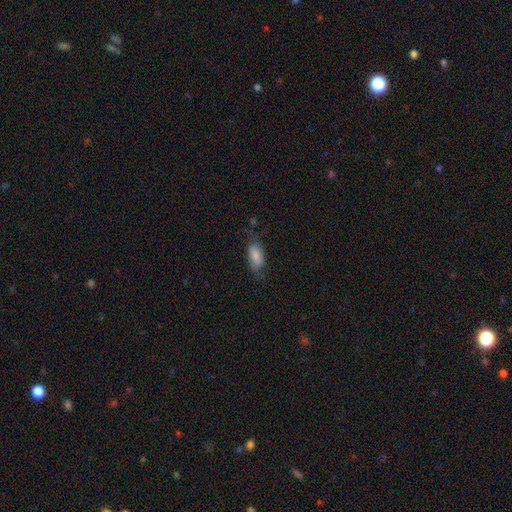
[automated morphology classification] Smooth or featured? Predicted: smooth (p=0.74). How rounded? Predicted: in between (p=0.88). Merging? Predicted: none (p=0.56).